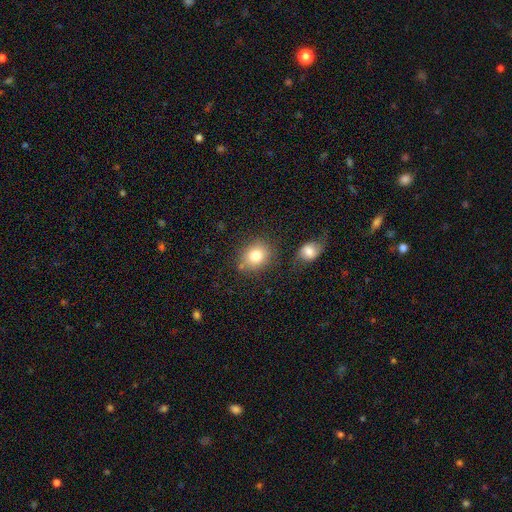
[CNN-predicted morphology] This appears to be a smooth galaxy with no disk features (82%) that is round (59%). Merging: none (73%).